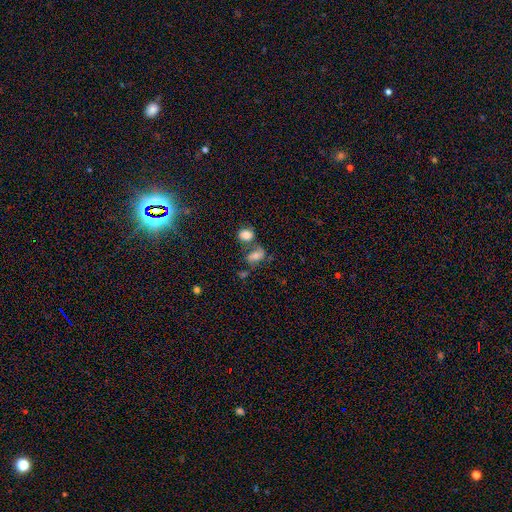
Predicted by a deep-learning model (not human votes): Smooth or featured: smooth — 60% (featured or disk — 27%)
How rounded: in between — 77% (round — 19%)
Merging: none — 42% (merger — 31%)